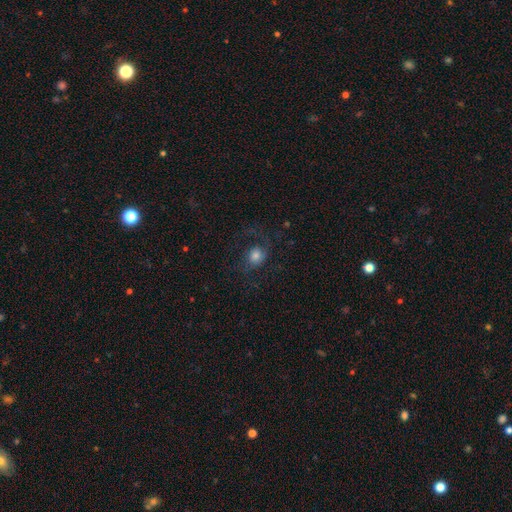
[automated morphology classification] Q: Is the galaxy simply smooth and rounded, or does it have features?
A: featured or disk — 47%.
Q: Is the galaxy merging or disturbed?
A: none — 56%.